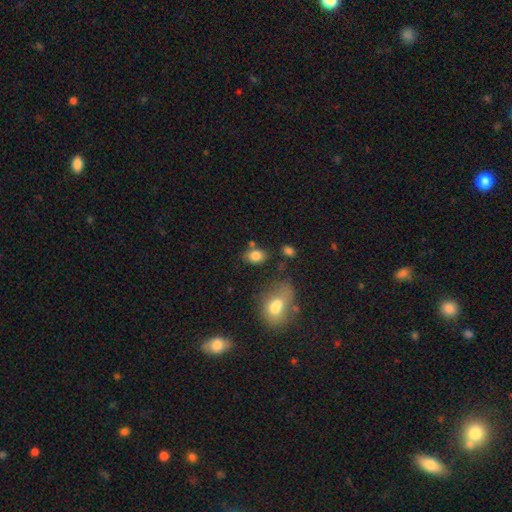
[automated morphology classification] Overall: smooth (83%). How rounded: in between (75%). Merging: none (67%).